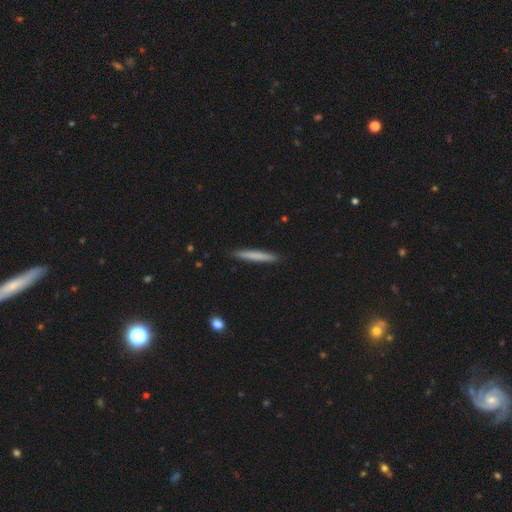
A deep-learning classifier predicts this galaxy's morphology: The model was most divided on "smooth or featured": smooth: 74%, featured or disk: 21%, star or artifact: 6%. More confident: how rounded — cigar-shaped (96%); merging — none (91%).